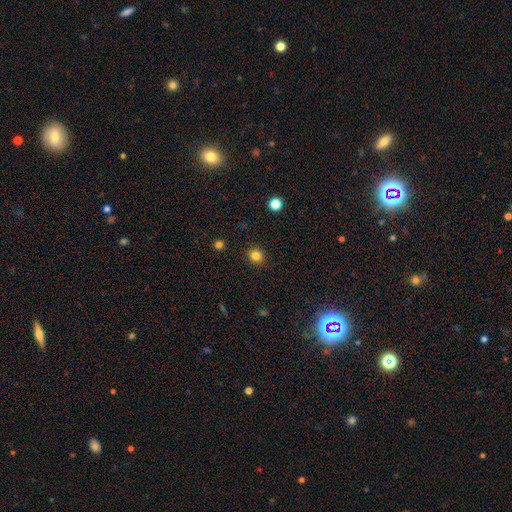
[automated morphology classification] A smooth galaxy with no disk features (82%) that is round (87%).

Vote fractions:
- Smooth or featured? smooth: 82% / star or artifact: 14% / featured or disk: 5%
- How rounded? round: 87% / in between: 12% / cigar-shaped: 1%
- Merging? none: 91% / minor disturbance: 6% / major disturbance: 2% / merger: 1%